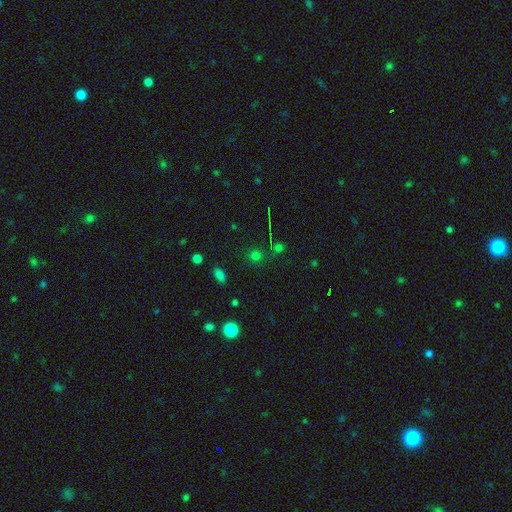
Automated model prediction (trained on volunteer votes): smooth_or_featured: smooth (p=0.61) [alt: star or artifact p=0.32]
how_rounded: round (p=0.84) [alt: in between p=0.14]
merging: none (p=0.78) [alt: minor disturbance p=0.11]